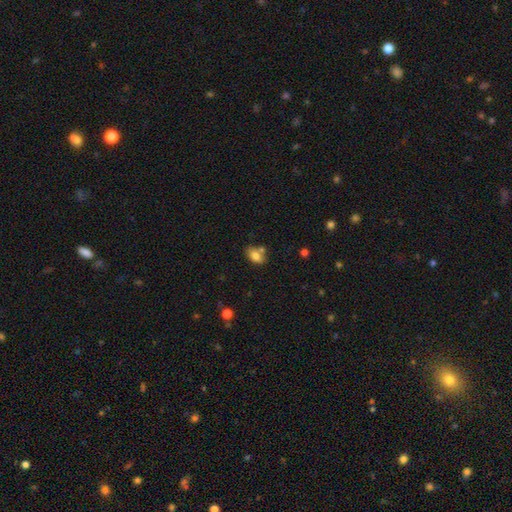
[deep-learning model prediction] Smooth or featured?
  - smooth: 77% *
  - featured or disk: 13%
  - star or artifact: 9%
How rounded?
  - in between: 82% *
  - round: 16%
  - cigar-shaped: 2%
Merging?
  - none: 53% *
  - merger: 23%
  - minor disturbance: 19%
  - major disturbance: 5%